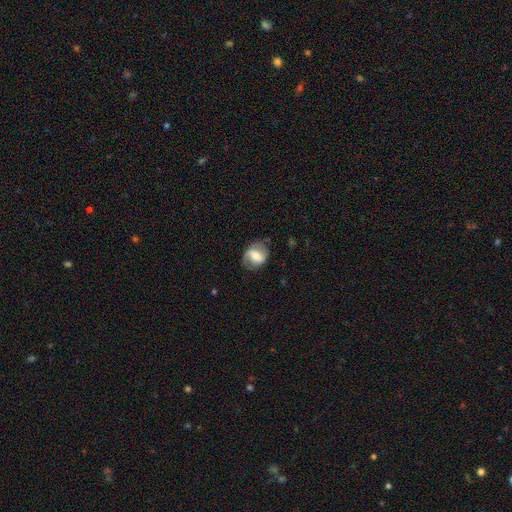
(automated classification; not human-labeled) Q: Smooth or featured?
A: featured or disk (57%); runner-up: smooth (35%)
Q: Edge-on disk?
A: no (96%); runner-up: yes (4%)
Q: Bar?
A: strong (40%); tied with: weak (40%)
Q: Spiral arms?
A: yes (78%); runner-up: no (22%)
Q: Bulge size?
A: moderate (50%); runner-up: small (28%)
Q: Merging?
A: none (71%); runner-up: minor disturbance (19%)